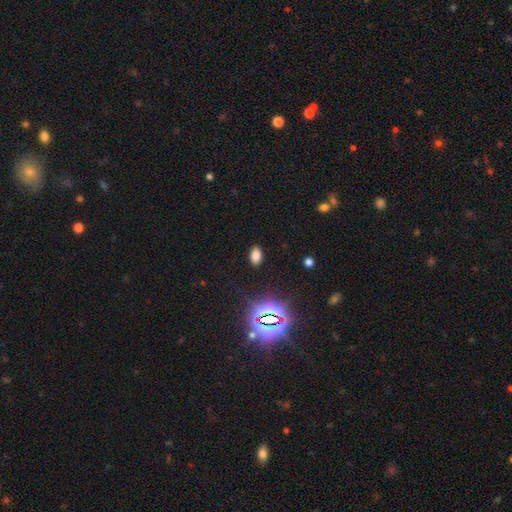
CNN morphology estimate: The model was most divided on "smooth or featured": smooth: 72%, star or artifact: 21%, featured or disk: 6%. More confident: how rounded — in between (91%); merging — none (88%).